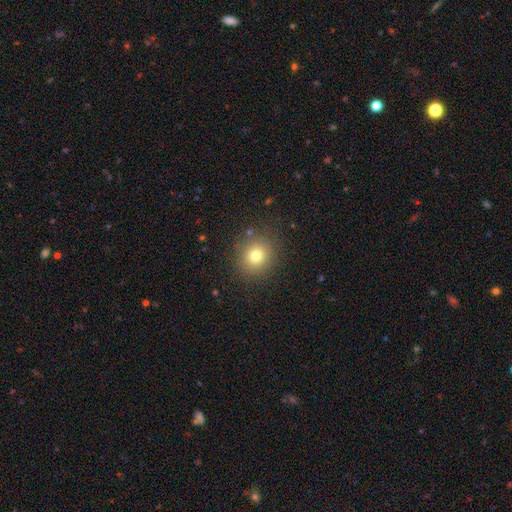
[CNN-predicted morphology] type=smooth (76%); roundness=round (86%); merging=none (87%).